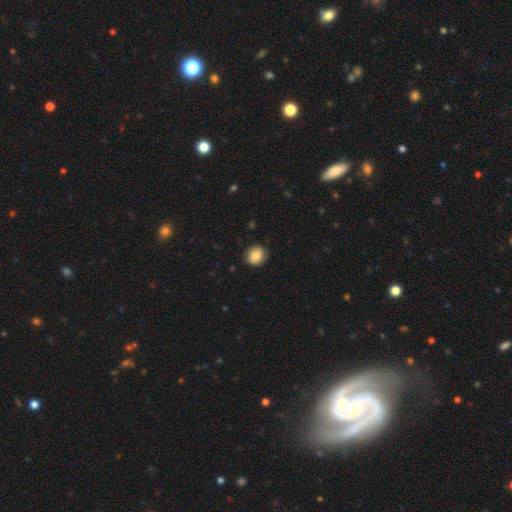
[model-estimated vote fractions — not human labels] Smooth or featured: smooth — 82% (featured or disk — 10%)
How rounded: round — 72% (in between — 27%)
Merging: none — 85% (minor disturbance — 11%)